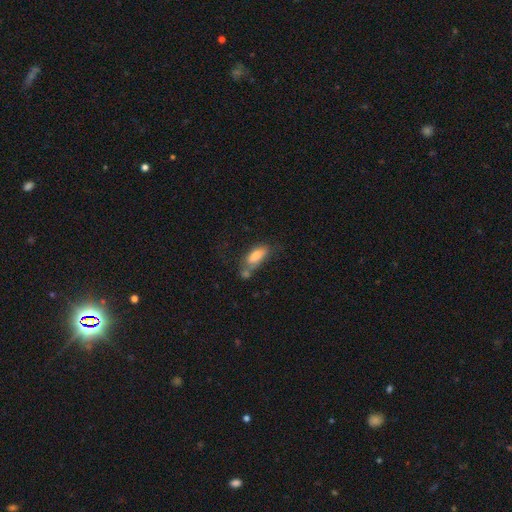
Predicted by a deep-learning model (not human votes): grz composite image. It shows a smooth galaxy with no disk features (76%) that is in between round and cigar-shaped (79%). Merging: none (38%).